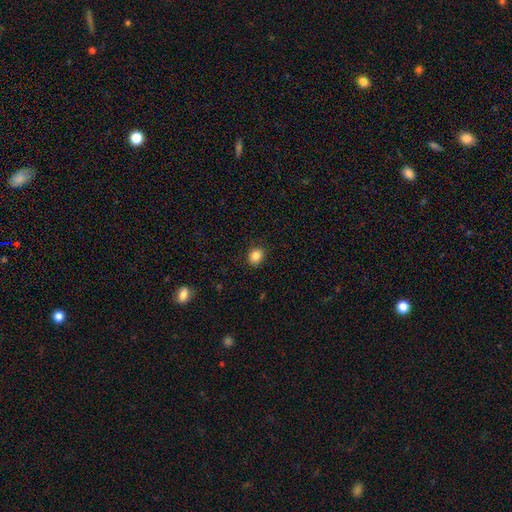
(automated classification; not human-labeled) A smooth galaxy with no disk features (85%) that is round (64%). Merging: none (89%).